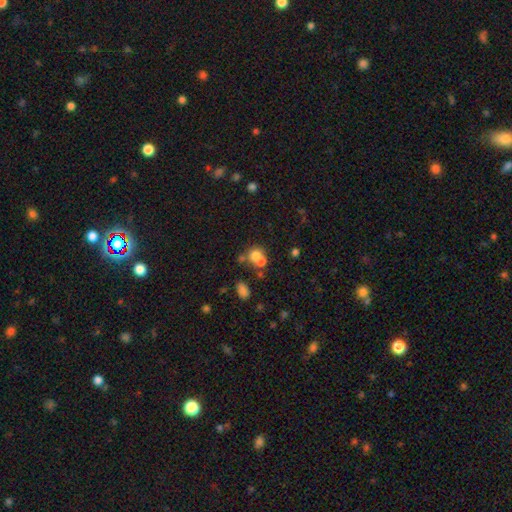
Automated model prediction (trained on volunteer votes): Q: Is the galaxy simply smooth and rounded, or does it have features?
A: smooth — 67%.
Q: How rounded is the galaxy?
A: round — 72%.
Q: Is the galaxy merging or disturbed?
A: merger — 54%.